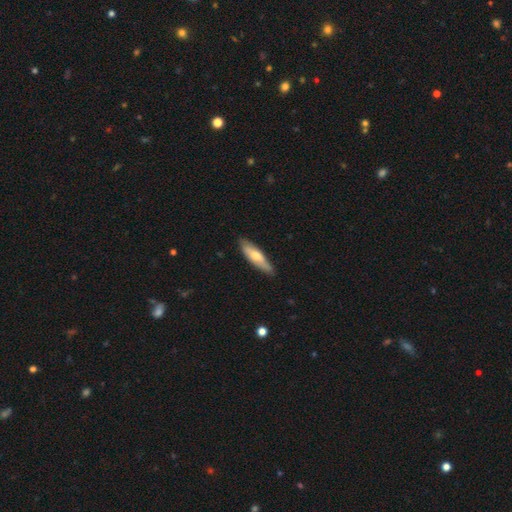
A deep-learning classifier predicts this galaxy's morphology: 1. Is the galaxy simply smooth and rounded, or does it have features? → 59% smooth, 36% featured or disk, 5% star or artifact.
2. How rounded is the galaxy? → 63% cigar-shaped, 35% in between, 2% round.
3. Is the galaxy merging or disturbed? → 81% none, 15% minor disturbance, 2% major disturbance, 1% merger.